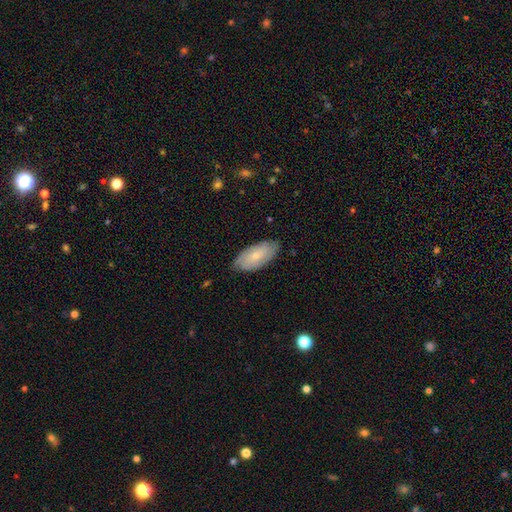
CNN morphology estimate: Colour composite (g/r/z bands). It shows a smooth galaxy with no disk features (60%) that is in between round and cigar-shaped (92%). Merging: none (80%).